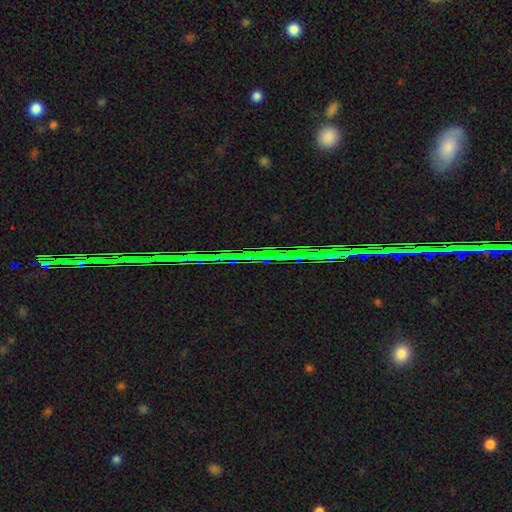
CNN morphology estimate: The model was most divided on "smooth or featured": star or artifact: 82%, featured or disk: 10%, smooth: 8%.